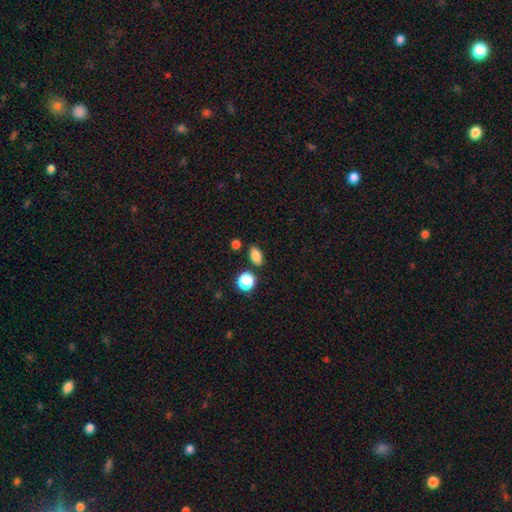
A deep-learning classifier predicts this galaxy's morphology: This is clearly a smooth galaxy (84%). How rounded: clearly in between (81%). Merging: clearly none (80%).